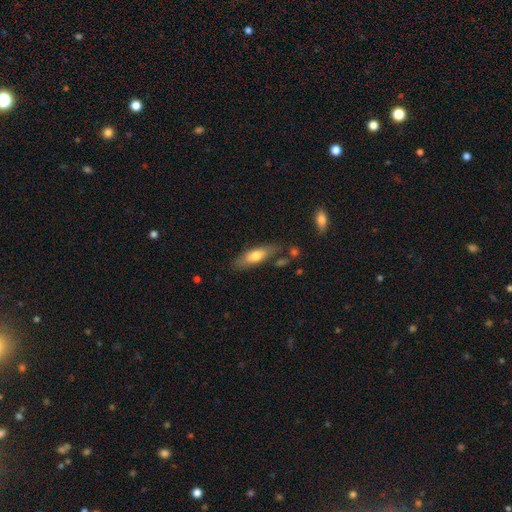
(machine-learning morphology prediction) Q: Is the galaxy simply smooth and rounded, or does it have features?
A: smooth — 66%.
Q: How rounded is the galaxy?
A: in between — 57%.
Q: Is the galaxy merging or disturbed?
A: none — 72%.